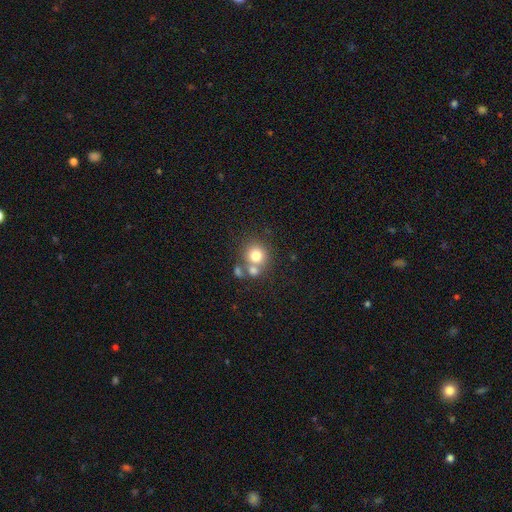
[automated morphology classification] A smooth galaxy with no disk features (76%) that is round (87%). Merging: none (55%).